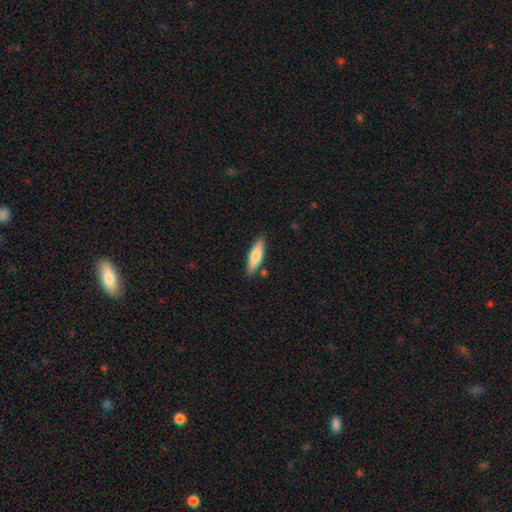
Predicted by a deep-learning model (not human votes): Smooth or featured: smooth — 76% (featured or disk — 18%)
How rounded: cigar-shaped — 66% (in between — 33%)
Merging: none — 83% (minor disturbance — 11%)